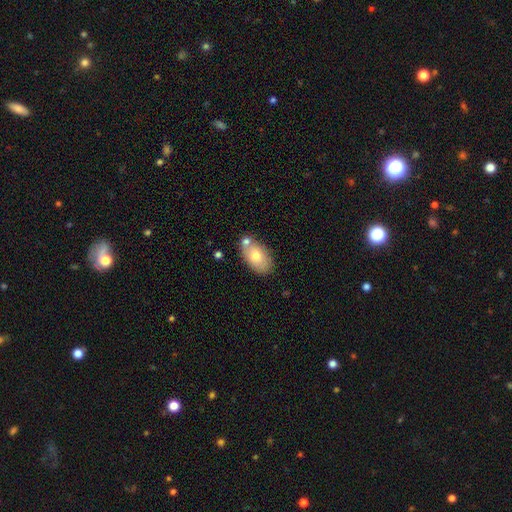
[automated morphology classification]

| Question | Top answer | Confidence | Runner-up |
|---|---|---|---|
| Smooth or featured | smooth | 71% | featured or disk (21%) |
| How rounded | in between | 91% | round (7%) |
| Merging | none | 63% | merger (18%) |